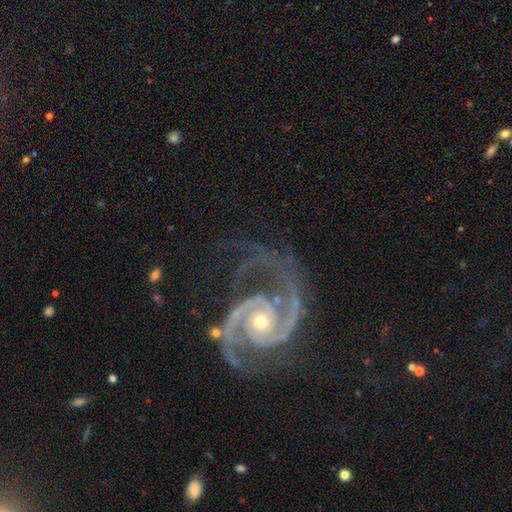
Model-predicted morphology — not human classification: smooth-or-featured: featured or disk: 94% | star or artifact: 4% | smooth: 2%
  disk-edge-on: no: 98% | yes: 2%
    bar: no: 67% | weak: 22% | strong: 11%
    has-spiral-arms: yes: 99% | no: 1%
      spiral-winding: medium: 51% | tight: 40% | loose: 9%
      spiral-arm-count: 2: 90% | 3: 4% | can't tell: 2% | 4: 2% | 1: 2% | more than 4: 1%
    bulge-size: small: 52% | moderate: 45% | large: 2% | none: 1% | dominant: 1%
  merging: none: 65% | minor disturbance: 20% | major disturbance: 13% | merger: 2%